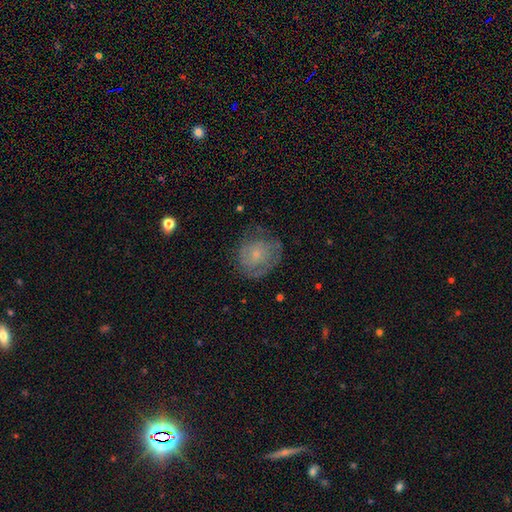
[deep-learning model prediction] smooth_or_featured: featured or disk (p=0.53) [alt: smooth p=0.37]
disk_edge_on: no (p=0.97) [alt: yes p=0.03]
bar: no (p=0.80) [alt: weak p=0.18]
has_spiral_arms: yes (p=0.73) [alt: no p=0.27]
bulge_size: small (p=0.69) [alt: moderate p=0.18]
merging: none (p=0.64) [alt: minor disturbance p=0.22]